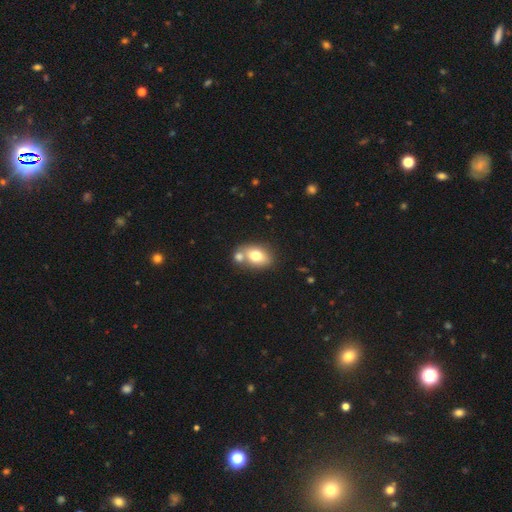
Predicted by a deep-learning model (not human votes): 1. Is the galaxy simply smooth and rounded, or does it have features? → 73% smooth, 18% featured or disk, 9% star or artifact.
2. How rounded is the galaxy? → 75% in between, 24% round, 1% cigar-shaped.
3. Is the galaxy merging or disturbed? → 46% none, 39% merger, 11% minor disturbance, 4% major disturbance.